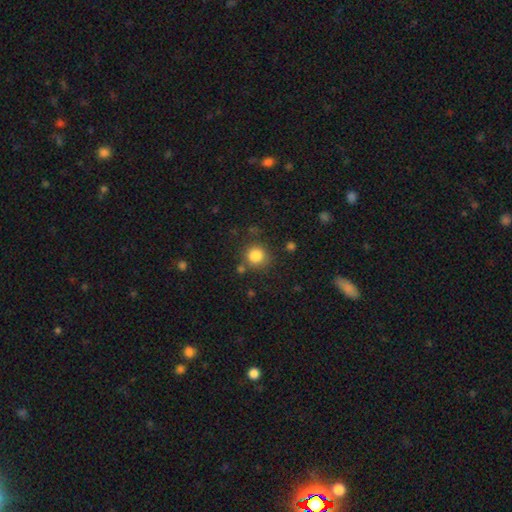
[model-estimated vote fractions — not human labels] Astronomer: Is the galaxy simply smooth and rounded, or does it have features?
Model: smooth — 83%.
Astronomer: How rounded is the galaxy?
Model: round — 90%.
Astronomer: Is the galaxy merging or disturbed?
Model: none — 80%.